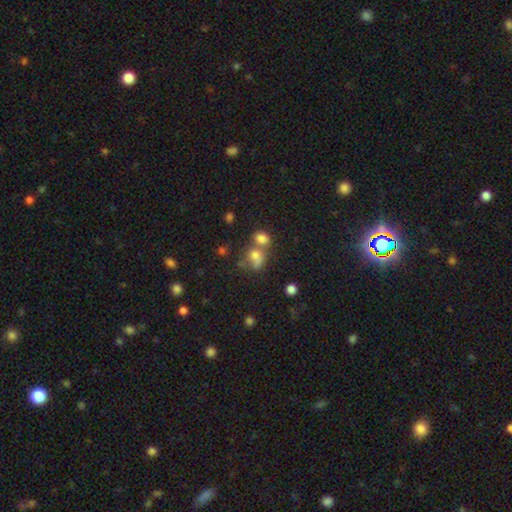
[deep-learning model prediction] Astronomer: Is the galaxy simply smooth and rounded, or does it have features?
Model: smooth — 69%.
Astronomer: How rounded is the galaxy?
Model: round — 57% (runner-up: in between, 42%).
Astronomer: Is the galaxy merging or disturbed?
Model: merger — 50% (runner-up: none, 29%).